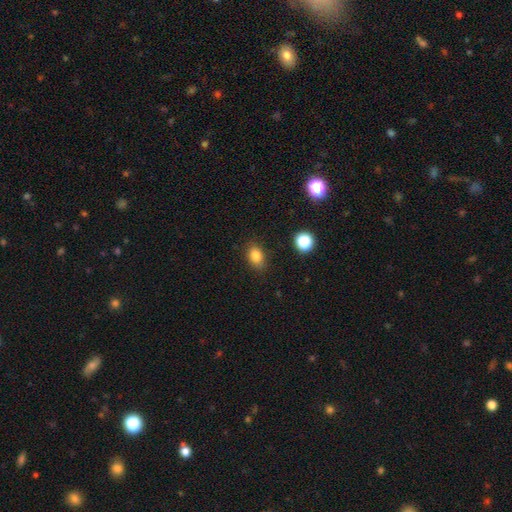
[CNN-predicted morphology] type=smooth (83%); roundness=in between (74%); merging=none (84%).